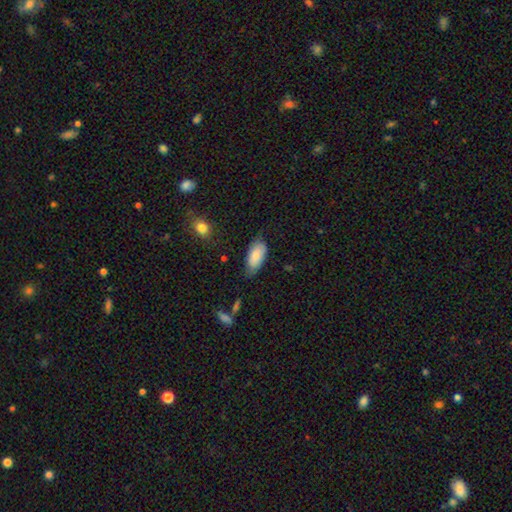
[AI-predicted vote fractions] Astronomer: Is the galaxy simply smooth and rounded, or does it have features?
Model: smooth — 81%.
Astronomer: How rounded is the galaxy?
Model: in between — 92%.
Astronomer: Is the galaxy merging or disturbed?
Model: none — 61%.